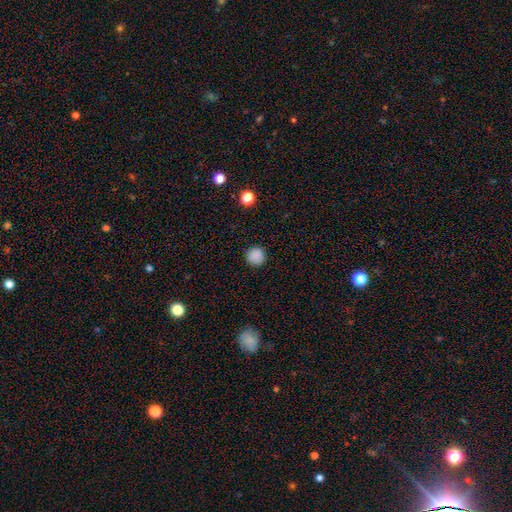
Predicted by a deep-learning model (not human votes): Smooth or featured? Predicted: smooth (p=0.87). How rounded? Predicted: round (p=0.94). Merging? Predicted: none (p=0.91).